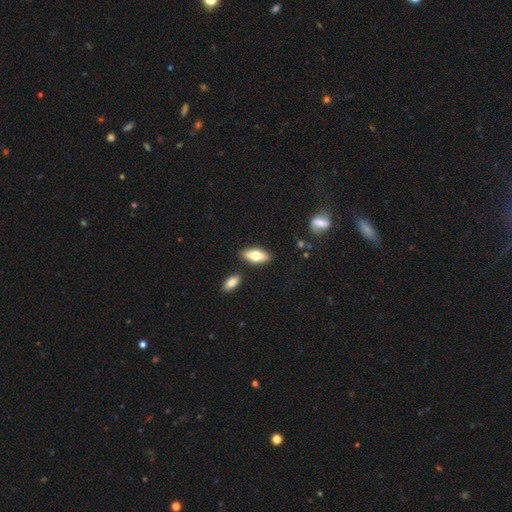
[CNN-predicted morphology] This appears to be a smooth galaxy with no disk features (66%) that is in between round and cigar-shaped (77%). Merging: none (85%).